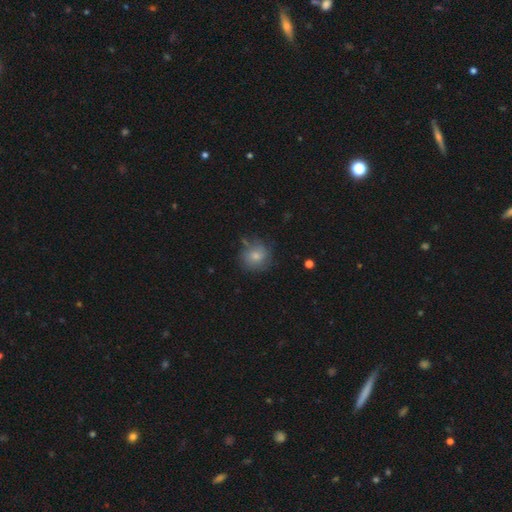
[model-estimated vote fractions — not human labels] Overall: smooth (74%). How rounded: round (88%). Merging: none (68%).